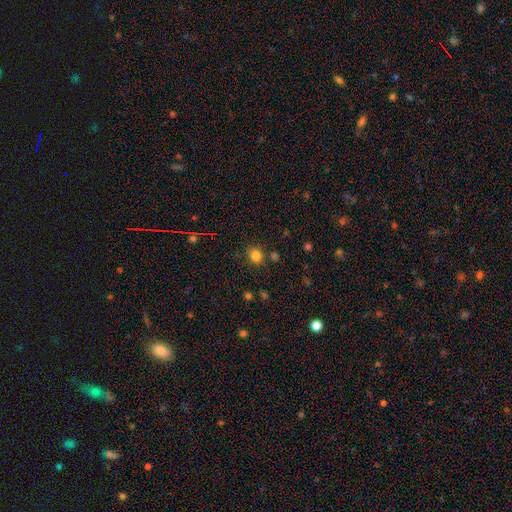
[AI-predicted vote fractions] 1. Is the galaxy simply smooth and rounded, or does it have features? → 80% smooth, 14% star or artifact, 5% featured or disk.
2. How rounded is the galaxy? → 72% round, 27% in between, 1% cigar-shaped.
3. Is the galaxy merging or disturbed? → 80% none, 12% minor disturbance, 5% merger, 3% major disturbance.